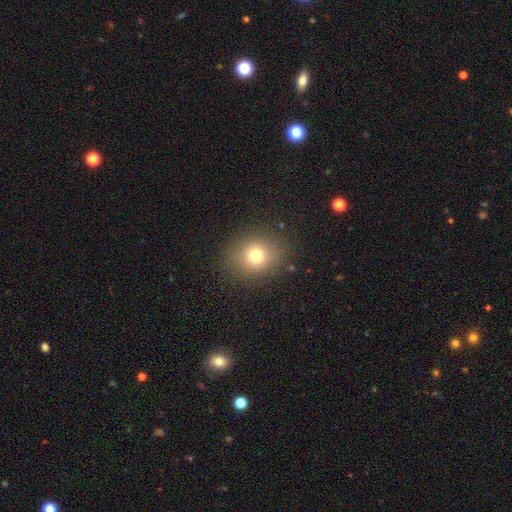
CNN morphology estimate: type=smooth (75%); roundness=round (76%); merging=none (84%).